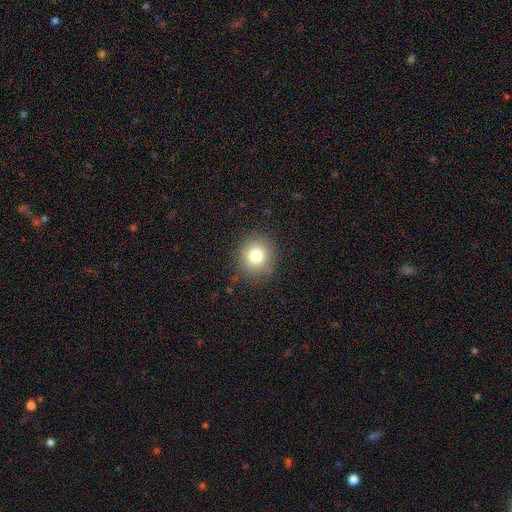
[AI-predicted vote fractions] Smooth or featured: smooth — 78% (star or artifact — 12%)
How rounded: round — 89% (in between — 10%)
Merging: none — 85% (minor disturbance — 10%)